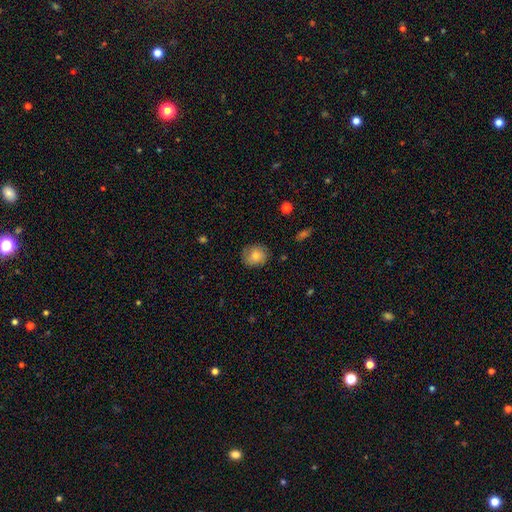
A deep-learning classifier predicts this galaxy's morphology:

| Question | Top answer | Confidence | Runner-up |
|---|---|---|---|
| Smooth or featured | smooth | 64% | featured or disk (27%) |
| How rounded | round | 81% | in between (18%) |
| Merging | none | 80% | minor disturbance (15%) |